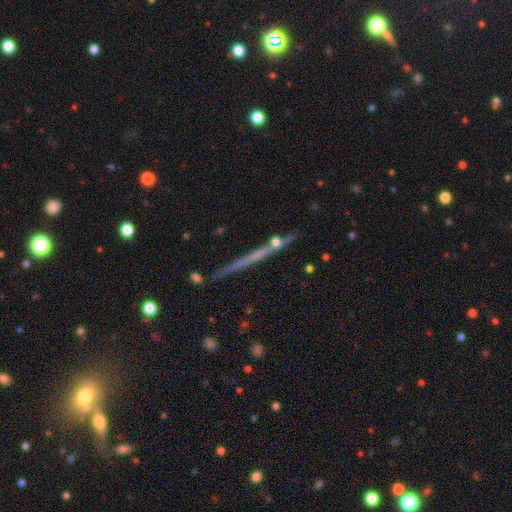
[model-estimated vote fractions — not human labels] smooth-or-featured: featured or disk: 57% | smooth: 33% | star or artifact: 10%
  disk-edge-on: yes: 96% | no: 4%
    edge-on-bulge: none: 85% | rounded: 11% | boxy: 4%
  merging: none: 84% | minor disturbance: 9% | merger: 4% | major disturbance: 3%